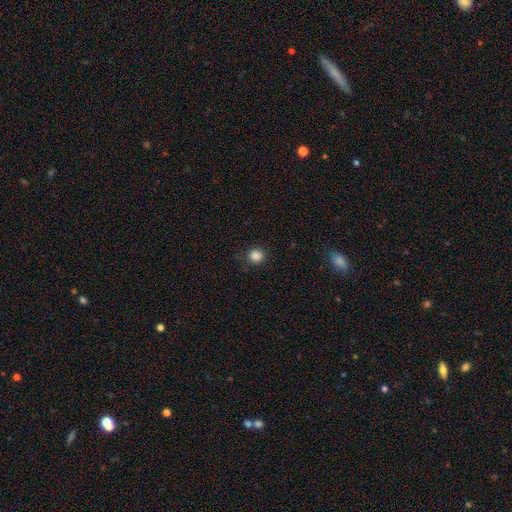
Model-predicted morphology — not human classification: Smooth or featured: smooth — 86% (star or artifact — 11%)
How rounded: round — 89% (in between — 10%)
Merging: none — 88% (minor disturbance — 8%)